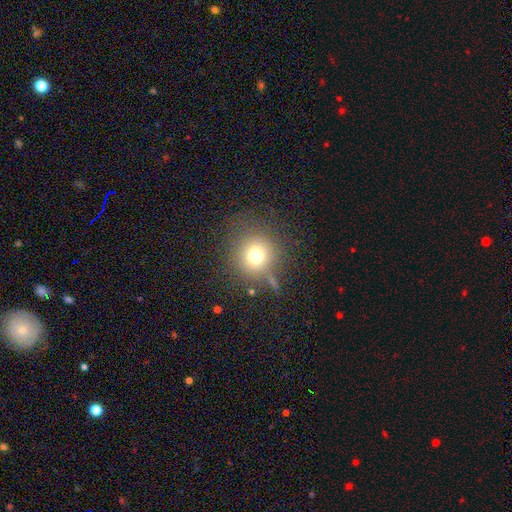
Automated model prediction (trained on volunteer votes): Overall: smooth (72%). How rounded: round (91%). Merging: none (77%).